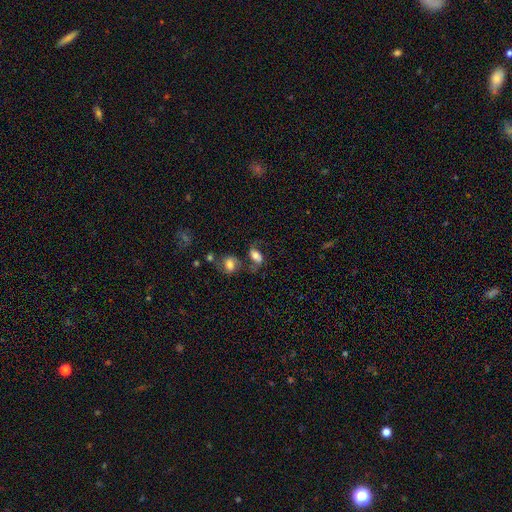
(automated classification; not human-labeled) Smooth or featured: smooth — 53% (featured or disk — 36%)
How rounded: in between — 83% (round — 13%)
Merging: none — 42% (merger — 27%)